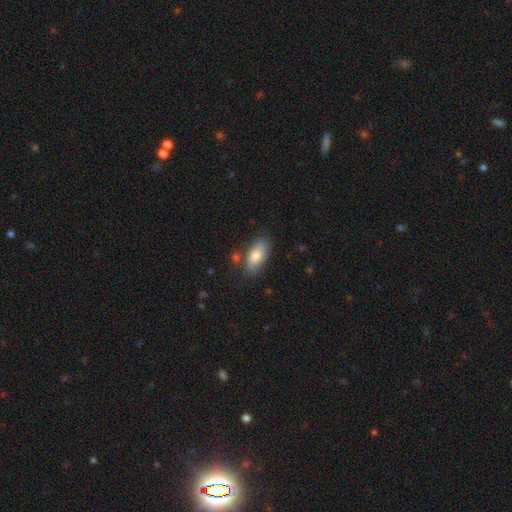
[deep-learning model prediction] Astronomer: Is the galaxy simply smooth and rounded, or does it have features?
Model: smooth — 80%.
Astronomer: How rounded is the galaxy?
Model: in between — 89%.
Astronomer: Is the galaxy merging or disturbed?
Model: none — 73%.